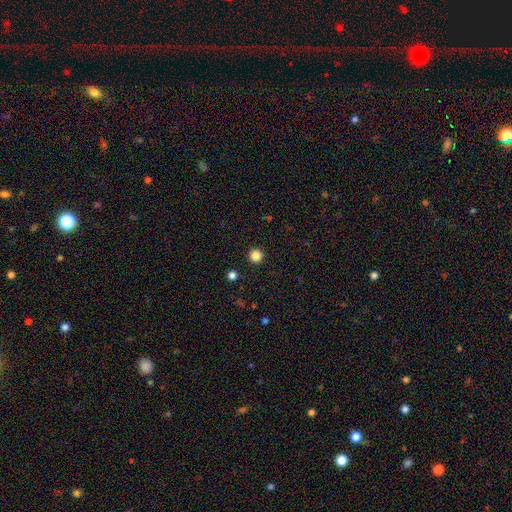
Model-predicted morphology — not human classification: A smooth galaxy with no disk features (84%) that is round (96%). Merging: none (94%).